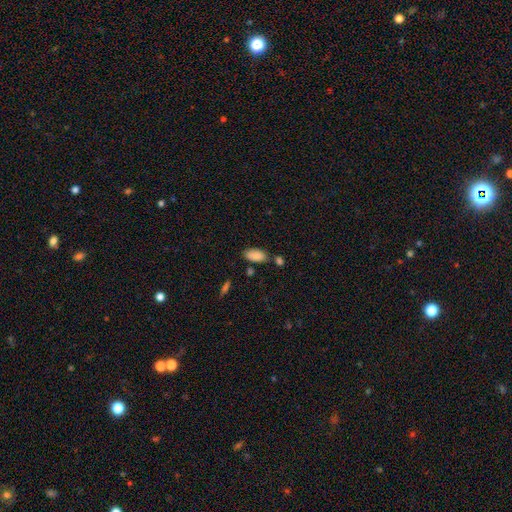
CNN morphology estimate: Smooth or featured? smooth (87%)
How rounded? in between (91%)
Merging? none (71%)